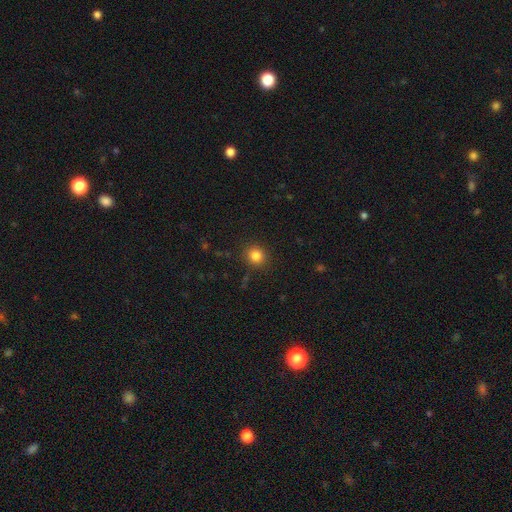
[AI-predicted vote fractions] Smooth or featured?
  - smooth: 83% *
  - star or artifact: 12%
  - featured or disk: 5%
How rounded?
  - round: 89% *
  - in between: 10%
  - cigar-shaped: 1%
Merging?
  - none: 90% *
  - minor disturbance: 7%
  - major disturbance: 2%
  - merger: 1%